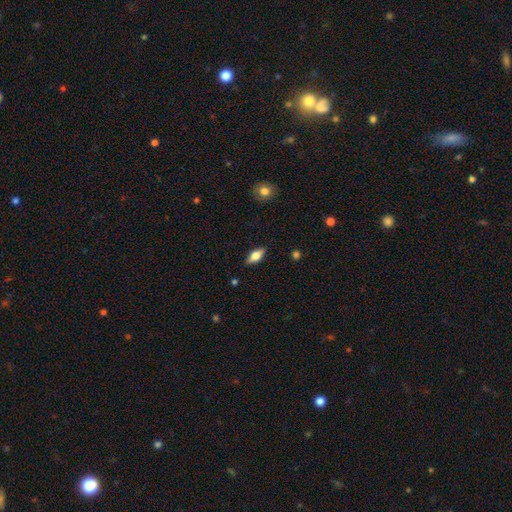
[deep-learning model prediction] Overall: smooth (61%; featured or disk 33%). How rounded: in between (77%). Merging: none (87%).